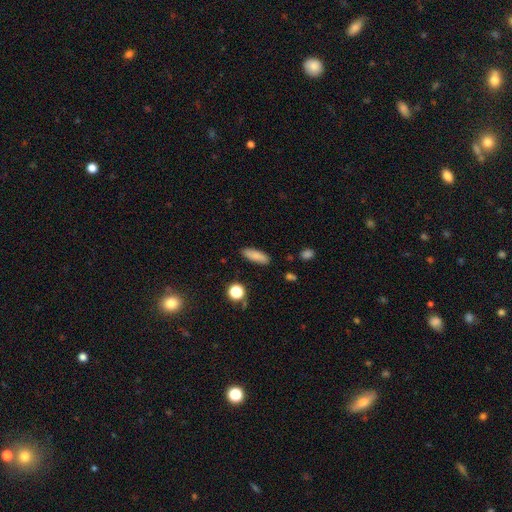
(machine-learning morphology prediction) smooth-or-featured: smooth: 83% | star or artifact: 9% | featured or disk: 8%
  how-rounded: in between: 52% | cigar-shaped: 45% | round: 3%
  merging: none: 87% | minor disturbance: 9% | major disturbance: 2% | merger: 2%